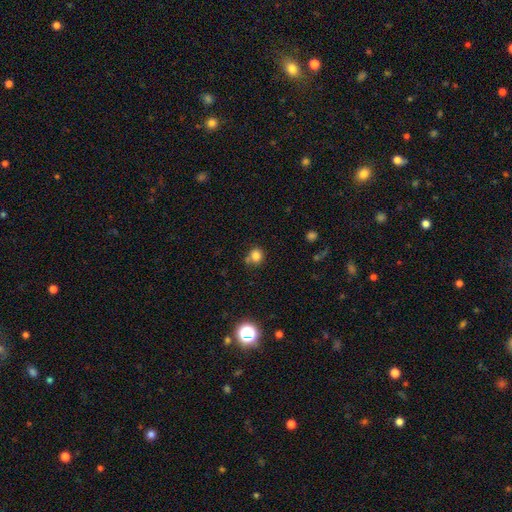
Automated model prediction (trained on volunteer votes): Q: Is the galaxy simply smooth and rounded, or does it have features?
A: smooth — 80%.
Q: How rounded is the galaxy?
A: round — 82%.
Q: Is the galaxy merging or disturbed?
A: none — 64%.